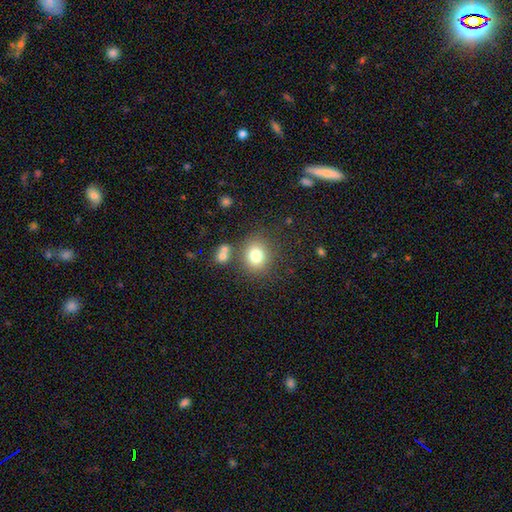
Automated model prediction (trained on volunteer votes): smooth-or-featured: smooth: 78% | star or artifact: 12% | featured or disk: 9%
  how-rounded: round: 77% | in between: 22% | cigar-shaped: 1%
  merging: none: 75% | minor disturbance: 11% | merger: 10% | major disturbance: 4%